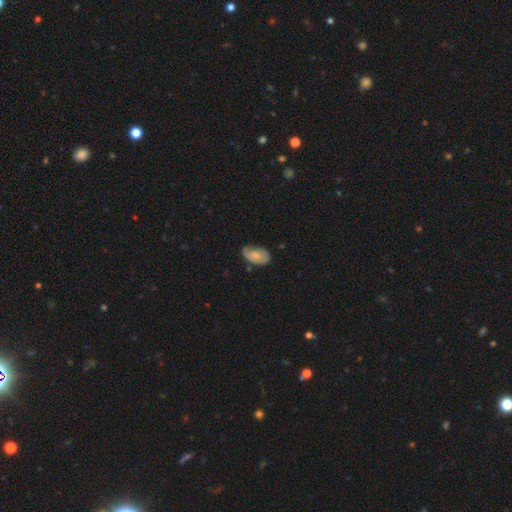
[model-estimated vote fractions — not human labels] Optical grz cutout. It shows a smooth galaxy with no disk features (63%) that is in between round and cigar-shaped (92%). Merging: none (61%).